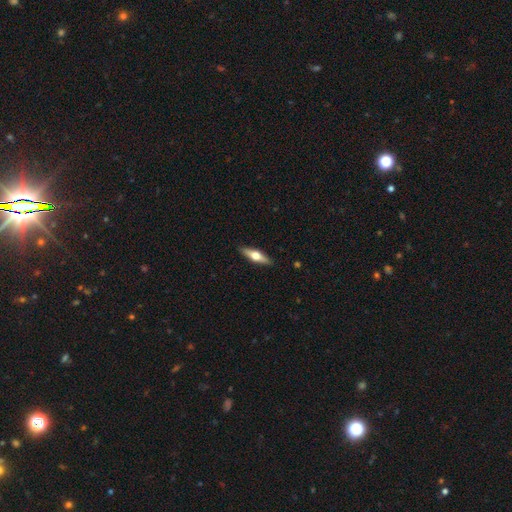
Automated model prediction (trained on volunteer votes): This appears to be a featured or disk galaxy (51%) viewed edge-on (91%). Merging: none (89%).